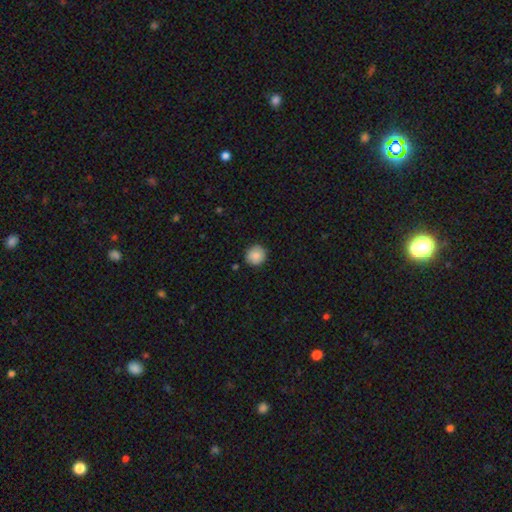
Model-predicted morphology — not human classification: A smooth galaxy with no disk features (88%) that is round (92%).

Vote fractions:
- Smooth or featured? smooth: 88% / star or artifact: 8% / featured or disk: 4%
- How rounded? round: 92% / in between: 7% / cigar-shaped: 1%
- Merging? none: 89% / minor disturbance: 8% / major disturbance: 2% / merger: 1%